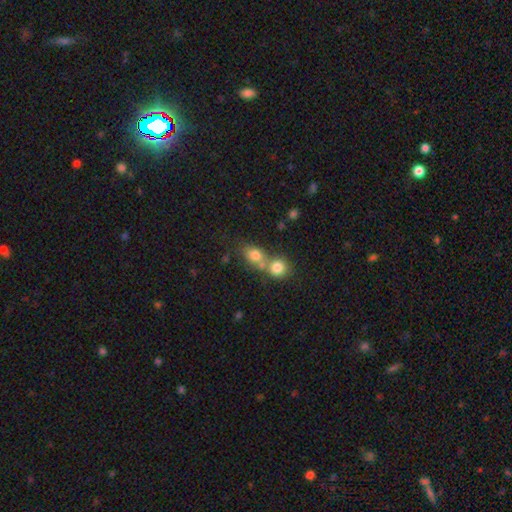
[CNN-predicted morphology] This is likely a smooth galaxy (76%). How rounded: possibly round (58%). Merging: possibly merger (55%).